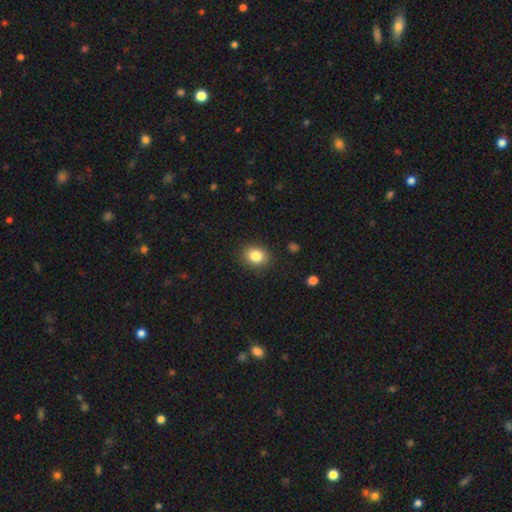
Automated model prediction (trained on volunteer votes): Smooth or featured: smooth — 84% (star or artifact — 10%)
How rounded: round — 61% (in between — 38%)
Merging: none — 88% (minor disturbance — 8%)